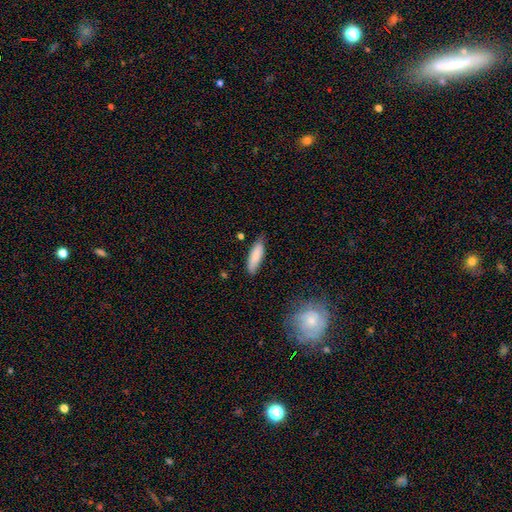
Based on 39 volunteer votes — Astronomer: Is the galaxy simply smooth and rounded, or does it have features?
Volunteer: smooth — 90%.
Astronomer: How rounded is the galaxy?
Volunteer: cigar-shaped — 74%.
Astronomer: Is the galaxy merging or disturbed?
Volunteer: none — 69%.